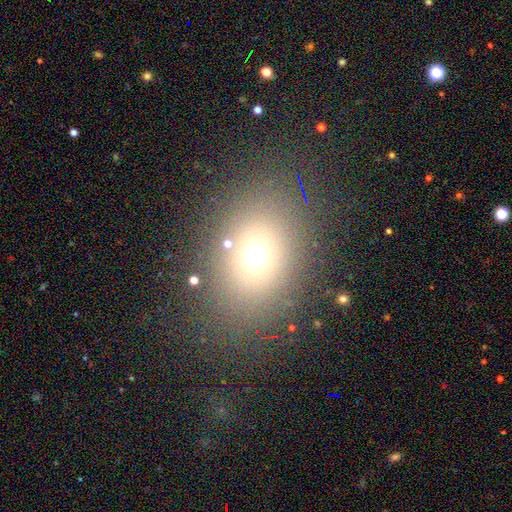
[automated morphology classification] Overall: smooth (66%). How rounded: in between (57%; round 41%). Merging: none (80%).